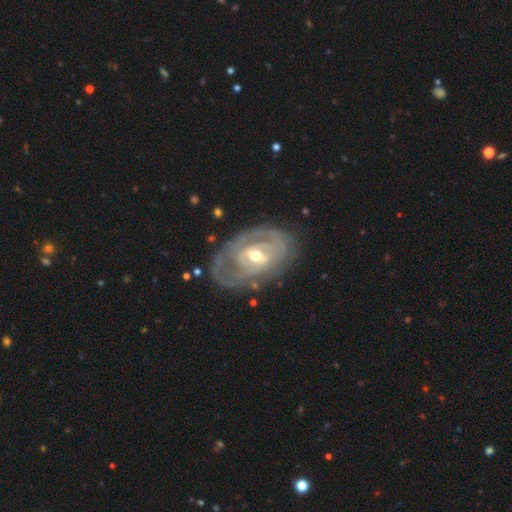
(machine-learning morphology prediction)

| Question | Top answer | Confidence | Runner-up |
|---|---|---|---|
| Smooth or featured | featured or disk | 81% | smooth (14%) |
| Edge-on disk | no | 94% | yes (6%) |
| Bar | weak | 46% | no (27%) |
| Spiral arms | yes | 65% | no (35%) |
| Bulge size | moderate | 67% | small (27%) |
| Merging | none | 68% | minor disturbance (20%) |